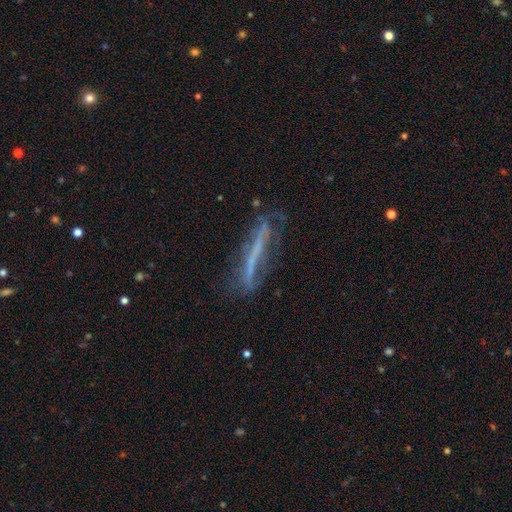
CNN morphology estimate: Q: Smooth or featured?
A: featured or disk (55%); runner-up: smooth (32%)
Q: Edge-on disk?
A: yes (71%); runner-up: no (29%)
Q: Merging?
A: none (66%); runner-up: minor disturbance (21%)